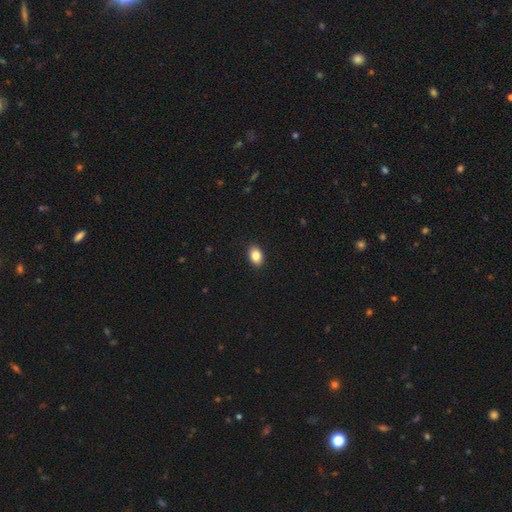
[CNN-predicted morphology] The model was most divided on "how rounded": in between: 85%, round: 13%, cigar-shaped: 1%. More confident: merging — none (90%); smooth or featured — smooth (85%).